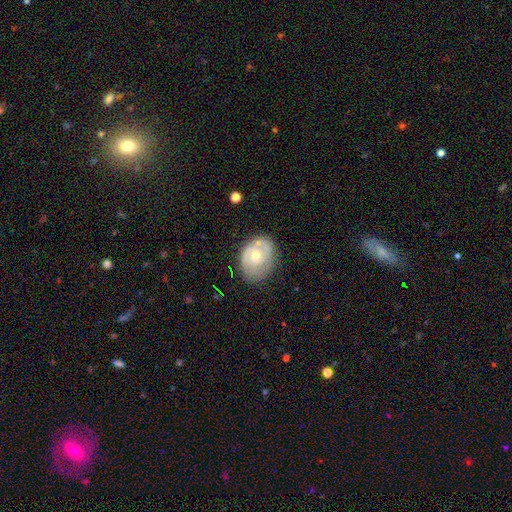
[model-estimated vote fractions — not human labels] Morphology: type=featured or disk (61%); edge-on=no (96%); bar=no (75%); spiral arms=yes (68%); bulge=small (49%); merging=none (63%).